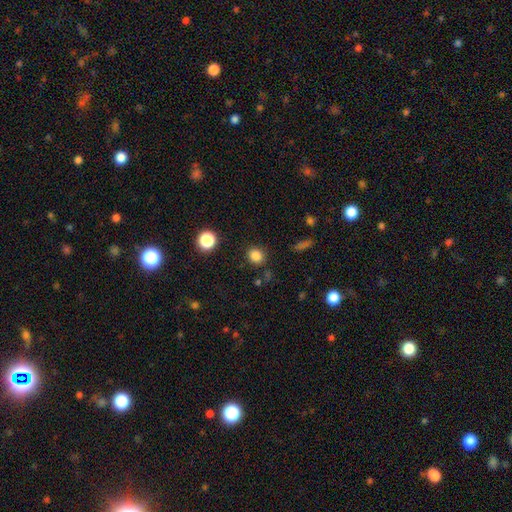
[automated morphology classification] Smooth or featured: smooth — 84% (star or artifact — 12%)
How rounded: round — 79% (in between — 20%)
Merging: none — 86% (minor disturbance — 9%)